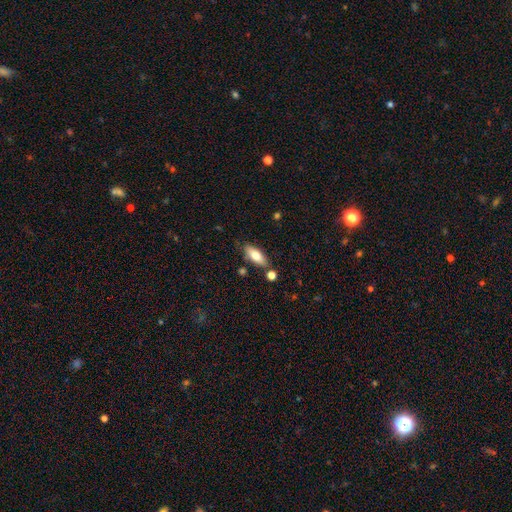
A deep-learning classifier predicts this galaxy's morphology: Smooth or featured?
  - smooth: 71% *
  - featured or disk: 22%
  - star or artifact: 7%
How rounded?
  - in between: 74% *
  - cigar-shaped: 23%
  - round: 3%
Merging?
  - none: 77% *
  - minor disturbance: 13%
  - merger: 7%
  - major disturbance: 3%